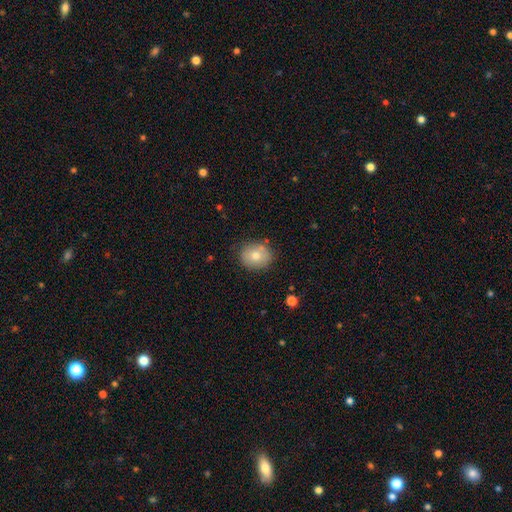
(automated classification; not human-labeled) Q: Smooth or featured?
A: smooth (76%); runner-up: featured or disk (15%)
Q: How rounded?
A: round (74%); runner-up: in between (25%)
Q: Merging?
A: none (82%); runner-up: minor disturbance (12%)